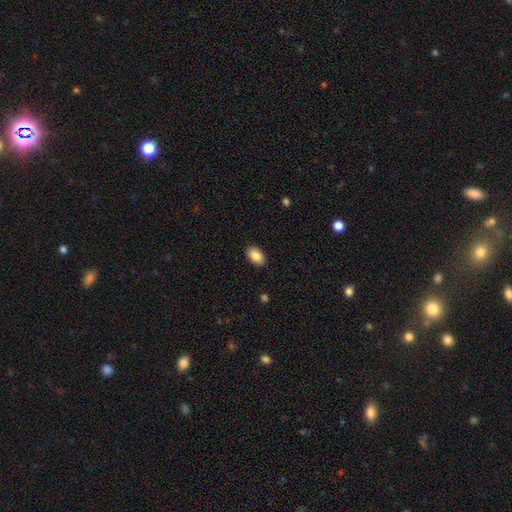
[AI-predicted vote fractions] The model was most divided on "smooth or featured": smooth: 87%, star or artifact: 7%, featured or disk: 6%. More confident: how rounded — in between (91%); merging — none (89%).